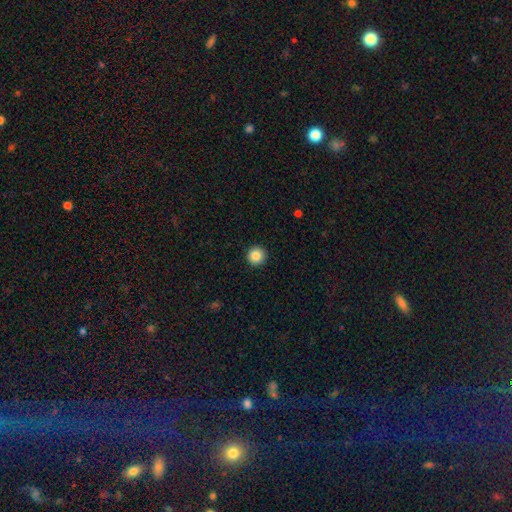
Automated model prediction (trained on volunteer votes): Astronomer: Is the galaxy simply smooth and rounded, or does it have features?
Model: smooth — 86%.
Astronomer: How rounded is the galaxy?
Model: round — 96%.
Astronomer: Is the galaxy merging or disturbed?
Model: none — 93%.